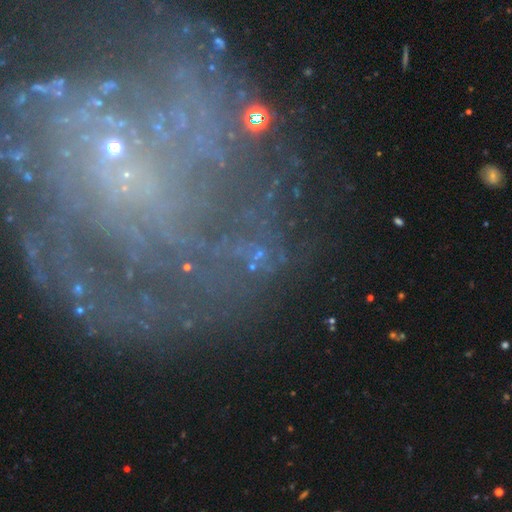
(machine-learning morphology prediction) type=featured or disk (50%); edge-on=no (91%); merging=none (67%).